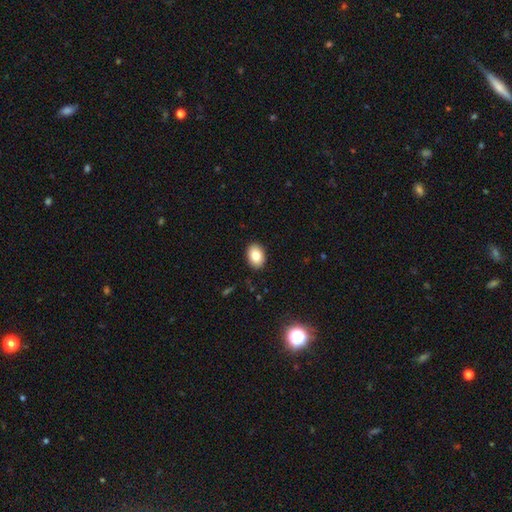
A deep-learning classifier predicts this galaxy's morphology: Smooth or featured?
  - smooth: 82% *
  - featured or disk: 10%
  - star or artifact: 8%
How rounded?
  - in between: 79% *
  - round: 20%
  - cigar-shaped: 1%
Merging?
  - none: 90% *
  - minor disturbance: 7%
  - major disturbance: 2%
  - merger: 1%